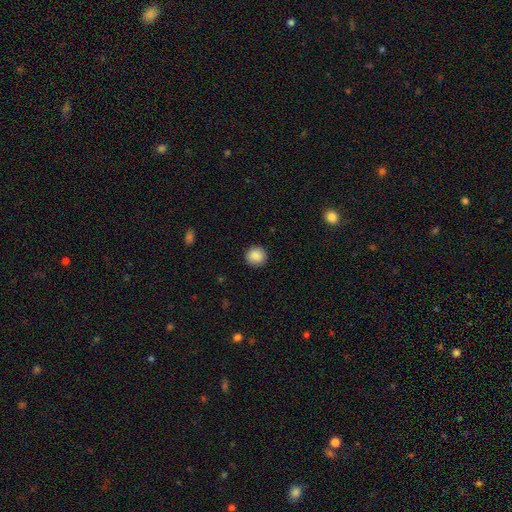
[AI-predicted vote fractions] The model was most divided on "smooth or featured": smooth: 89%, star or artifact: 8%, featured or disk: 3%. More confident: how rounded — round (93%); merging — none (91%).